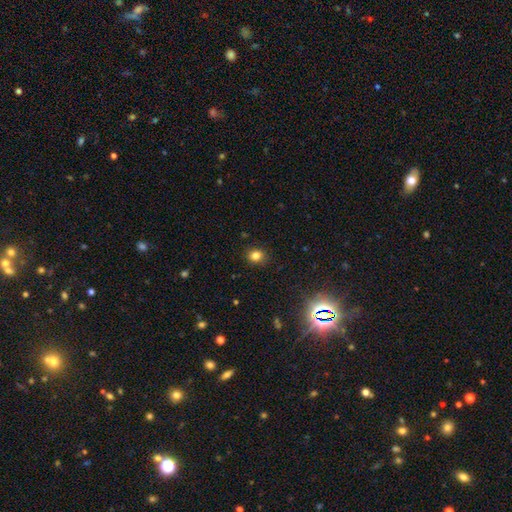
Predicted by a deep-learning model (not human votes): Overall: smooth (81%). How rounded: round (70%). Merging: none (88%).